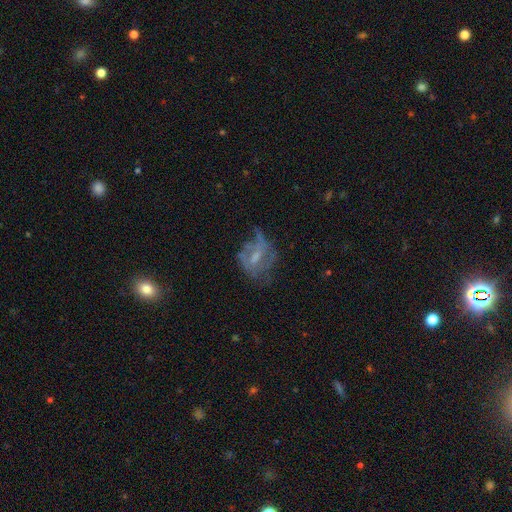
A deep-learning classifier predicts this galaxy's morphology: Smooth or featured: featured or disk — 63% (smooth — 26%)
Edge-on disk: no — 96% (yes — 4%)
Bar: weak — 46% (no — 42%)
Spiral arms: yes — 55% (no — 45%)
Bulge size: small — 38% (moderate — 37%)
Merging: none — 40% (major disturbance — 32%)